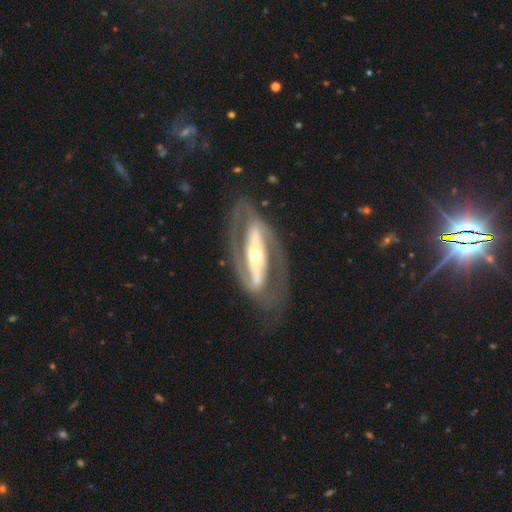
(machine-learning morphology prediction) smooth-or-featured: featured or disk: 89% | smooth: 7% | star or artifact: 4%
  disk-edge-on: no: 90% | yes: 10%
    bar: strong: 72% | no: 14% | weak: 14%
    has-spiral-arms: yes: 84% | no: 16%
      spiral-winding: medium: 47% | tight: 36% | loose: 17%
      spiral-arm-count: 2: 90% | can't tell: 5% | 1: 2% | 3: 1% | 4: 1% | more than 4: 1%
    bulge-size: moderate: 55% | small: 35% | large: 8% | dominant: 1% | none: 1%
  merging: none: 76% | minor disturbance: 13% | major disturbance: 10% | merger: 2%